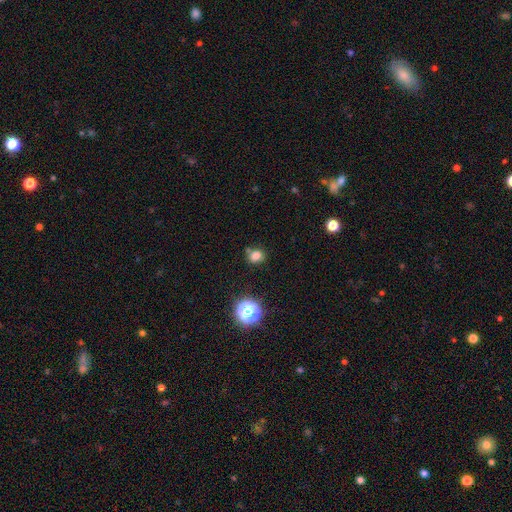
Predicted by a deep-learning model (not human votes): smooth-or-featured: smooth: 77% | star or artifact: 16% | featured or disk: 6%
  how-rounded: round: 63% | in between: 36% | cigar-shaped: 1%
  merging: none: 69% | minor disturbance: 15% | merger: 11% | major disturbance: 4%